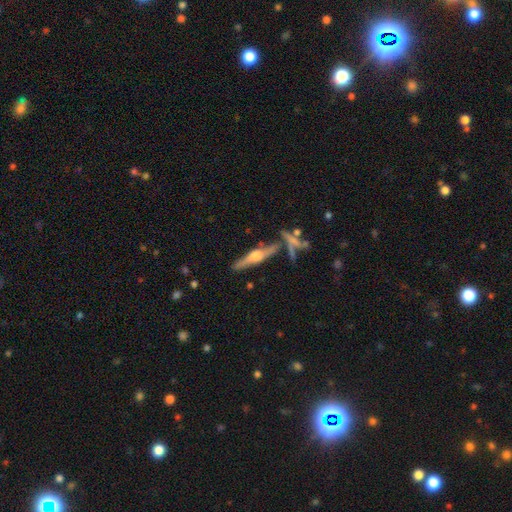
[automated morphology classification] Overall: featured or disk (69%). Edge-on disk: yes (95%). Edge-on bulge: rounded (88%). Merging: none (74%).